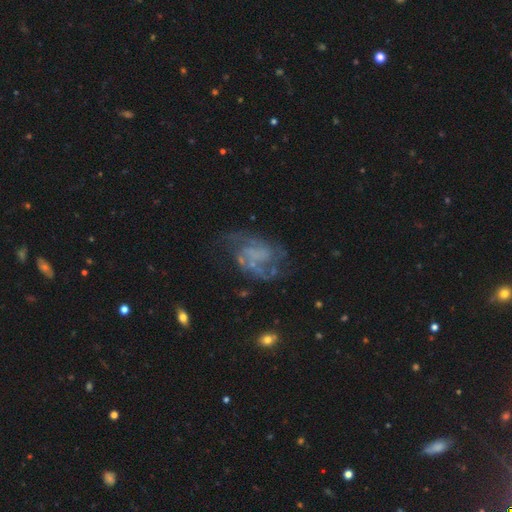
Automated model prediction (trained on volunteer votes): A featured or disk galaxy (79%) with no bar (59%), 2 (63%) medium (45%) spiral arms (84%) and no central bulge (68%).

Vote fractions:
- Smooth or featured? featured or disk: 79% / smooth: 12% / star or artifact: 9%
- Edge-on disk? no: 98% / yes: 2%
- Bar? no: 59% / weak: 32% / strong: 9%
- Spiral arms? yes: 84% / no: 16%
- Spiral winding? medium: 45% / loose: 32% / tight: 22%
- Spiral arm count? 2: 63% / can't tell: 18% / 3: 8% / 1: 5% / 4: 3% / more than 4: 3%
- Bulge size? none: 68% / small: 16% / moderate: 10% / large: 4% / dominant: 1%
- Merging? none: 53% / major disturbance: 23% / minor disturbance: 20% / merger: 4%